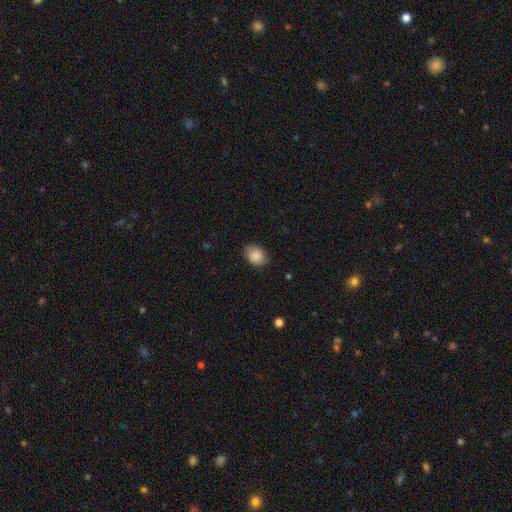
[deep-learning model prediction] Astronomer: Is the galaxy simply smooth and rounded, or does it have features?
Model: smooth — 86%.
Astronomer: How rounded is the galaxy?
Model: in between — 72%.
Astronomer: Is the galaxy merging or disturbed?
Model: none — 81%.